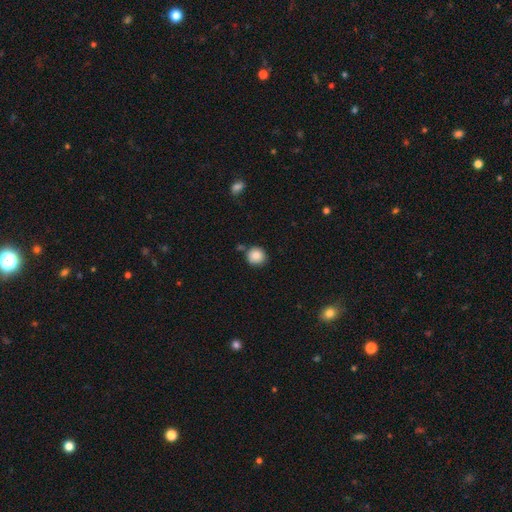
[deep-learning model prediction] Smooth or featured? smooth (87%)
How rounded? round (91%)
Merging? none (77%)